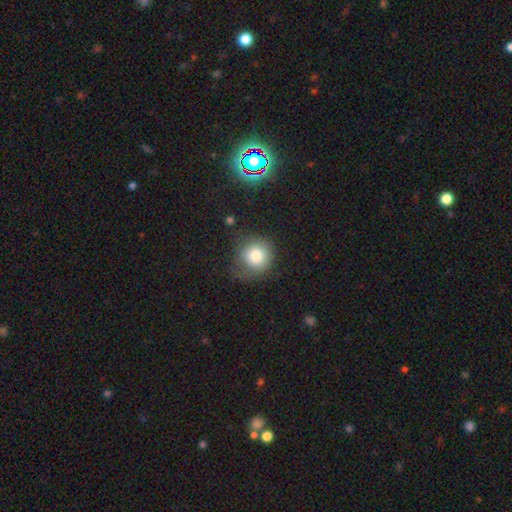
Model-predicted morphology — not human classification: Smooth or featured: smooth — 79% (star or artifact — 11%)
How rounded: round — 88% (in between — 11%)
Merging: none — 61% (minor disturbance — 24%)